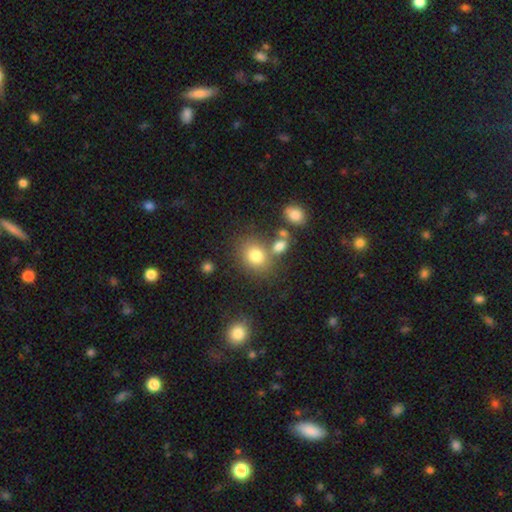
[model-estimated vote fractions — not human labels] smooth_or_featured: smooth (p=0.78) [alt: star or artifact p=0.12]
how_rounded: round (p=0.57) [alt: in between p=0.42]
merging: none (p=0.63) [alt: merger p=0.19]